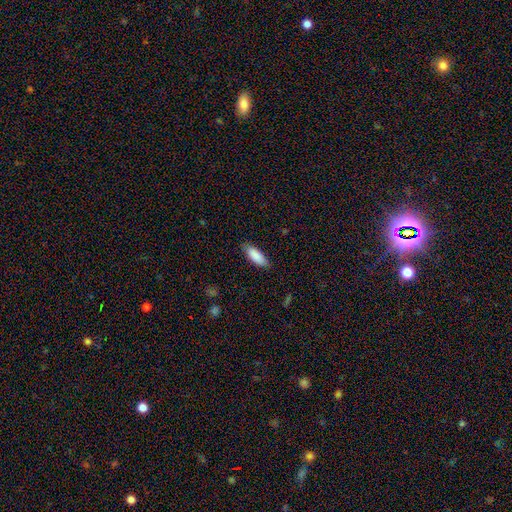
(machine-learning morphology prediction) Smooth or featured? smooth (88%)
How rounded? in between (73%)
Merging? none (83%)